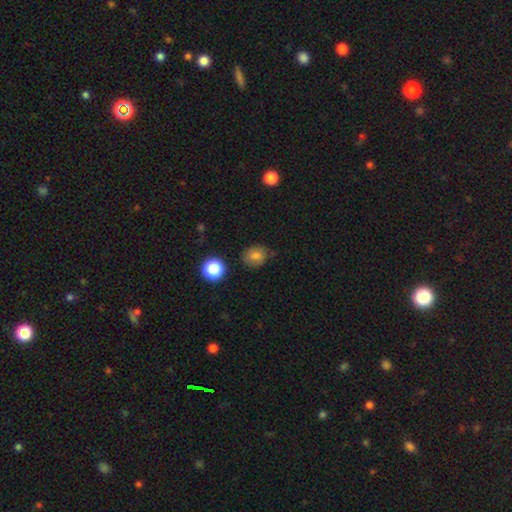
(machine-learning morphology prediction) Smooth or featured: smooth — 78% (star or artifact — 13%)
How rounded: round — 69% (in between — 30%)
Merging: none — 76% (minor disturbance — 18%)